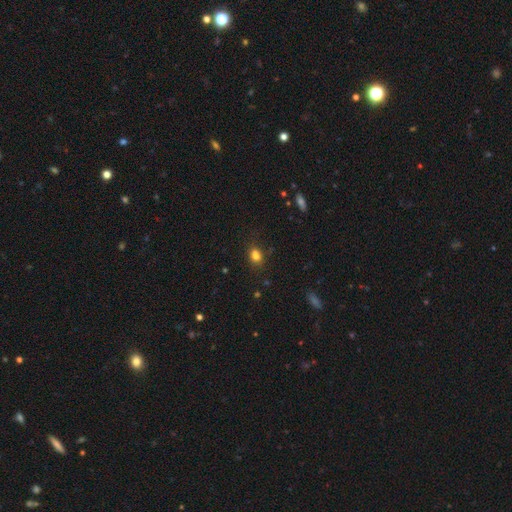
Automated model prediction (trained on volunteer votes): Overall: smooth (77%). How rounded: in between (59%; round 39%). Merging: none (68%).